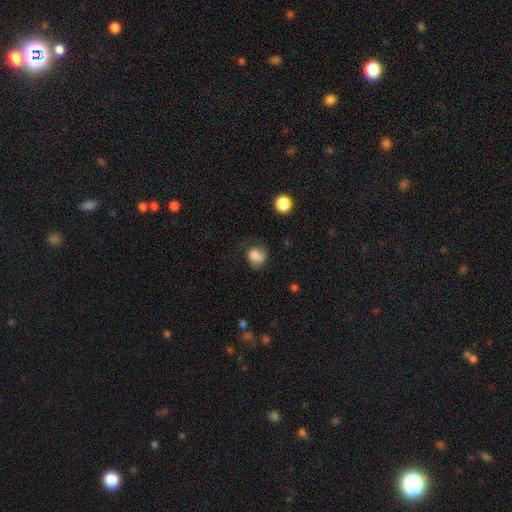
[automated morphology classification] A smooth galaxy with no disk features (80%) that is round (50%).

Vote fractions:
- Smooth or featured? smooth: 80% / featured or disk: 10% / star or artifact: 10%
- How rounded? round: 50% / in between: 49% / cigar-shaped: 1%
- Merging? none: 50% / minor disturbance: 29% / major disturbance: 17% / merger: 3%